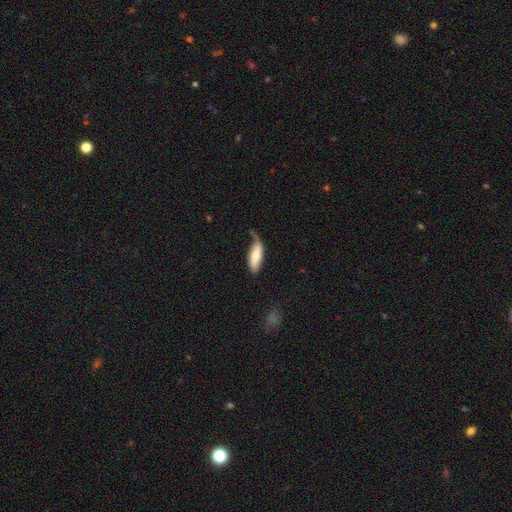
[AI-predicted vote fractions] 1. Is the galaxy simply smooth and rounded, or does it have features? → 71% smooth, 23% featured or disk, 6% star or artifact.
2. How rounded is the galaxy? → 70% in between, 28% cigar-shaped, 2% round.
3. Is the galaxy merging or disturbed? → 39% none, 37% minor disturbance, 18% major disturbance, 5% merger.